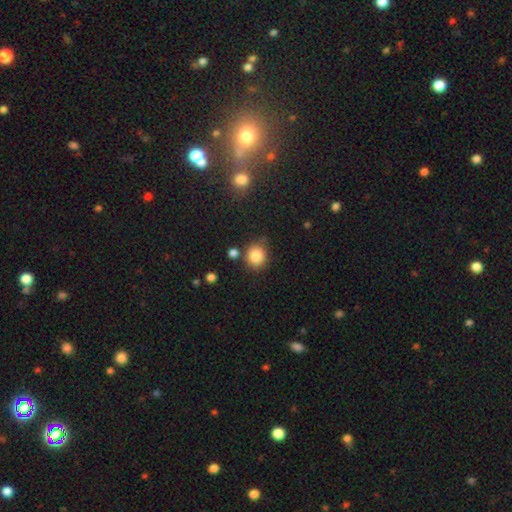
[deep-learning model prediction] Smooth or featured: smooth — 84% (star or artifact — 11%)
How rounded: round — 83% (in between — 16%)
Merging: none — 76% (minor disturbance — 12%)